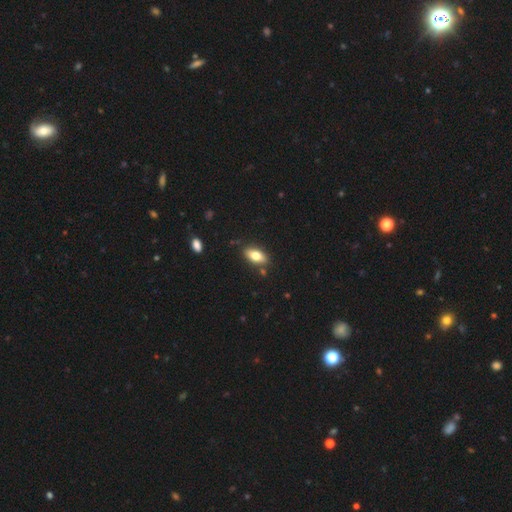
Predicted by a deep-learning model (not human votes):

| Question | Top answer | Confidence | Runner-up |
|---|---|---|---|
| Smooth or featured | smooth | 75% | featured or disk (18%) |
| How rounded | in between | 88% | cigar-shaped (8%) |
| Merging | none | 82% | minor disturbance (12%) |